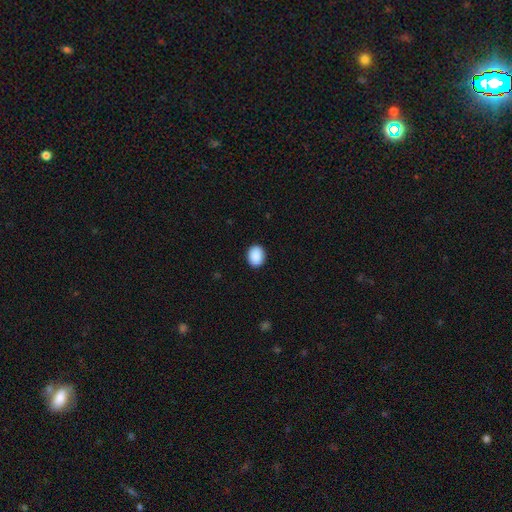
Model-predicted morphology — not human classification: This is clearly a smooth galaxy (91%). How rounded: possibly in between (52%). Merging: clearly none (90%).